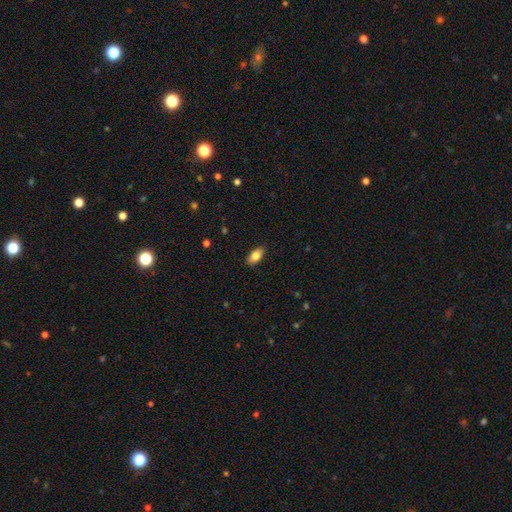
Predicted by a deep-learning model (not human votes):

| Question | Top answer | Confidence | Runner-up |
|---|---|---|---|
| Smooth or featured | smooth | 83% | featured or disk (10%) |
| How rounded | in between | 90% | cigar-shaped (6%) |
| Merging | none | 88% | minor disturbance (9%) |